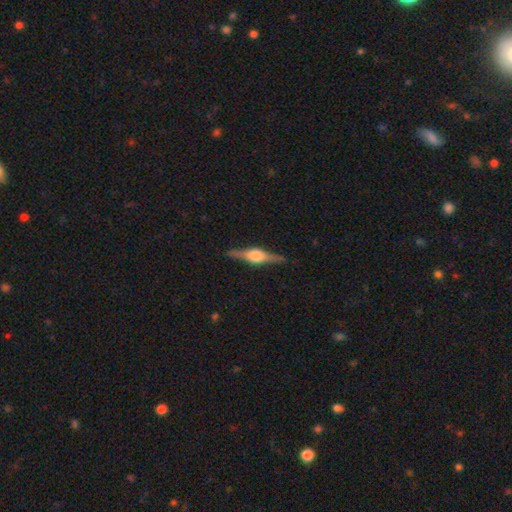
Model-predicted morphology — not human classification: Overall: featured or disk (82%). Edge-on disk: yes (98%). Edge-on bulge: rounded (88%). Merging: none (90%).